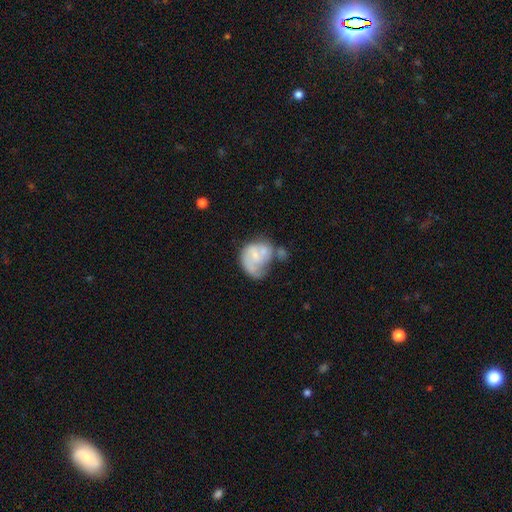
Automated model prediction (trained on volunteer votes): smooth_or_featured: smooth (p=0.47) [alt: featured or disk p=0.46]
merging: merger (p=0.34) [alt: major disturbance p=0.26]